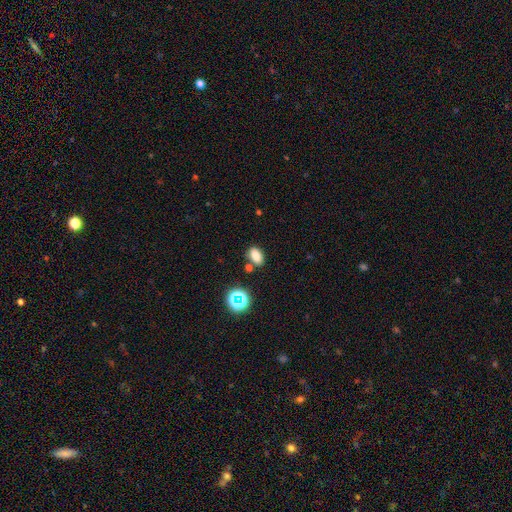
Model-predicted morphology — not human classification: A smooth galaxy with no disk features (78%) that is in between round and cigar-shaped (84%).

Vote fractions:
- Smooth or featured? smooth: 78% / star or artifact: 15% / featured or disk: 7%
- How rounded? in between: 84% / round: 13% / cigar-shaped: 3%
- Merging? none: 77% / minor disturbance: 12% / merger: 8% / major disturbance: 3%